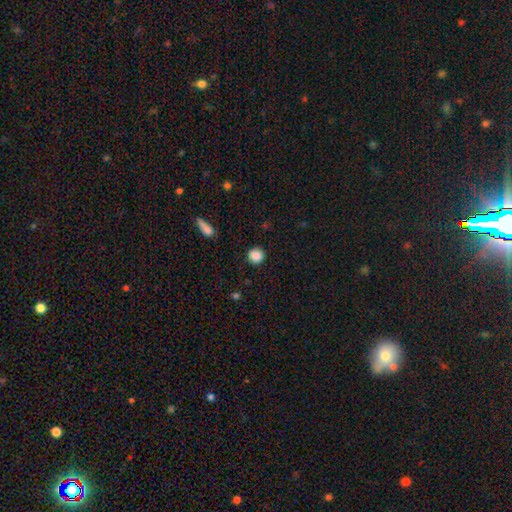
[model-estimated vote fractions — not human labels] Morphology: type=smooth (88%); roundness=round (89%); merging=none (89%).